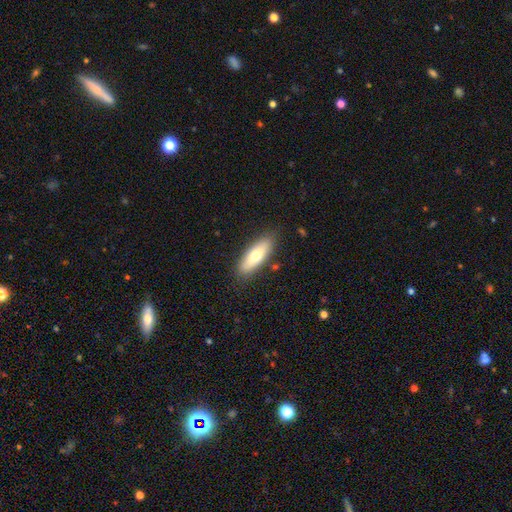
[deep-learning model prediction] Morphology: type=smooth (67%); roundness=in between (58%); merging=none (86%).